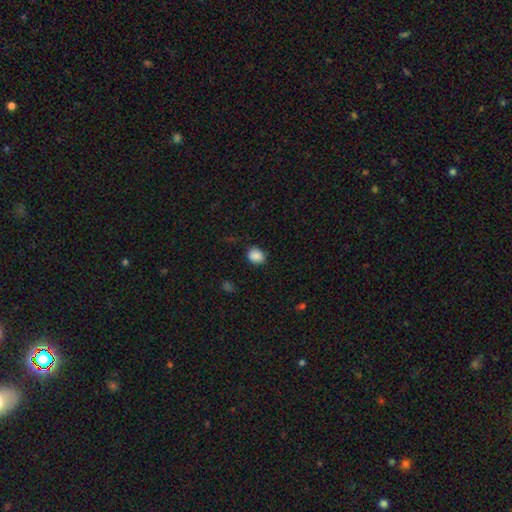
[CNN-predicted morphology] A smooth galaxy with no disk features (87%) that is round (50%).

Vote fractions:
- Smooth or featured? smooth: 87% / star or artifact: 9% / featured or disk: 4%
- How rounded? round: 50% / in between: 49% / cigar-shaped: 1%
- Merging? none: 83% / minor disturbance: 13% / major disturbance: 3% / merger: 1%